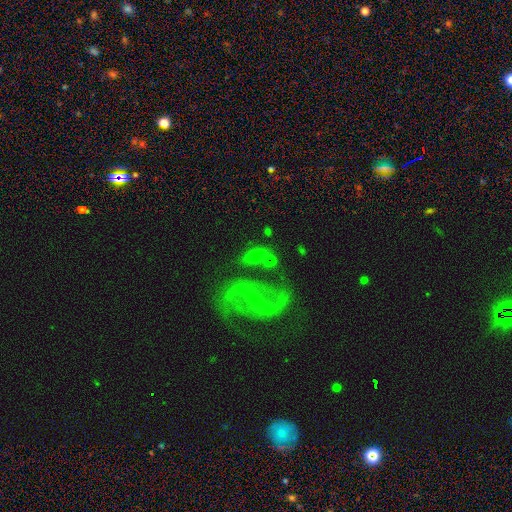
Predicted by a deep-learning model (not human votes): Smooth or featured: featured or disk — 49% (smooth — 41%)
Merging: none — 65% (minor disturbance — 17%)